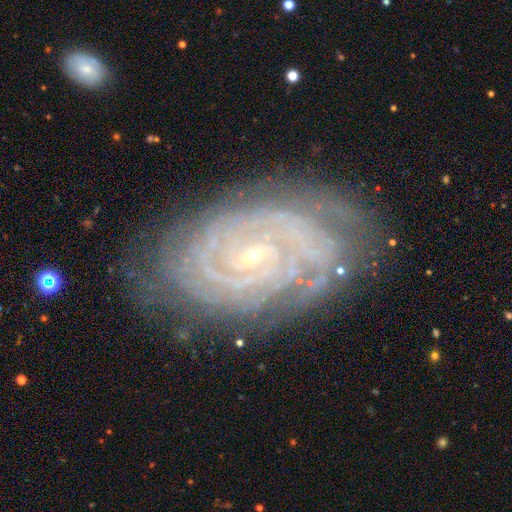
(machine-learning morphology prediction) type=featured or disk (89%); edge-on=no (97%); bar=no (48%); spiral arms=yes (98%); winding=tight (83%); arm count=2 (26%); bulge=small (82%); merging=none (76%).